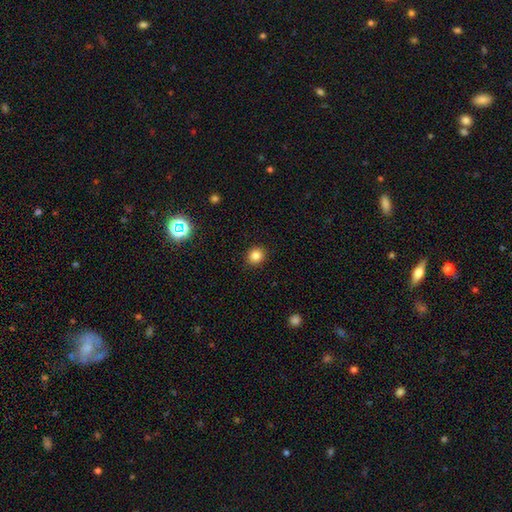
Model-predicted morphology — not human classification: This appears to be a smooth galaxy with no disk features (84%) that is round (83%). Merging: none (90%).